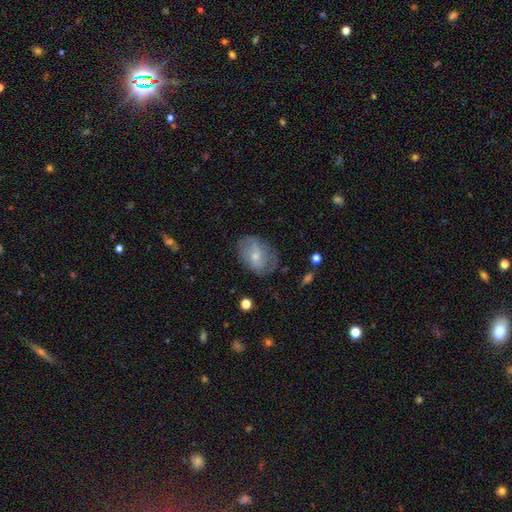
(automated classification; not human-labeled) featured or disk 48%, smooth 45%, star or artifact 8%. Down the decision tree: merging — none (65%).